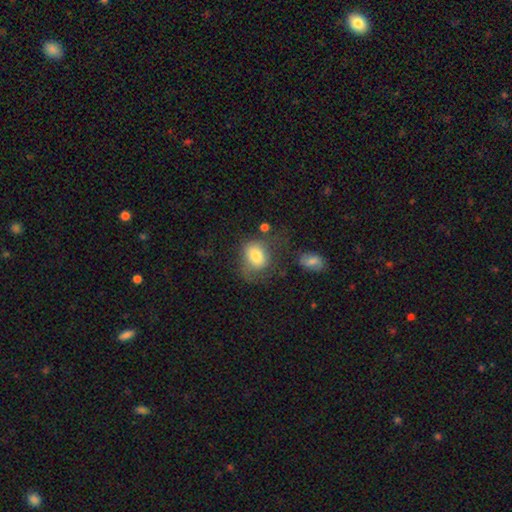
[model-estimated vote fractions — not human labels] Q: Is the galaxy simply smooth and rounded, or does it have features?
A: smooth — 76%.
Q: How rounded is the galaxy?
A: in between — 58%.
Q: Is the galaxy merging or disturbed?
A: none — 43%.